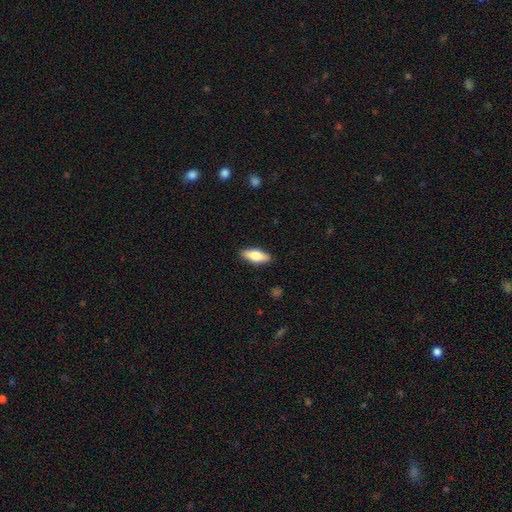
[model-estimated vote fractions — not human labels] Smooth or featured? smooth (70%)
How rounded? in between (70%)
Merging? none (89%)